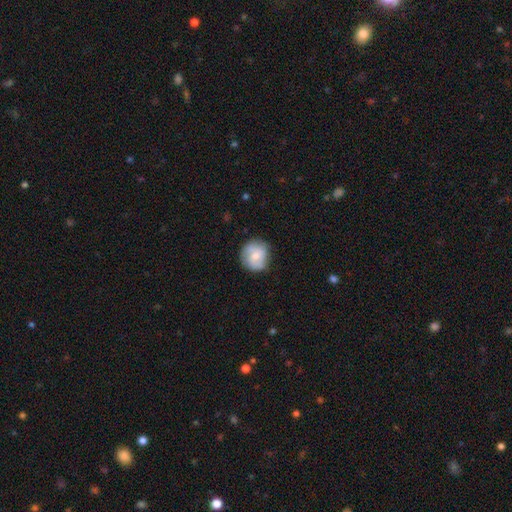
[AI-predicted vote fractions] This appears to be a smooth galaxy with no disk features (65%) that is round (88%). Merging: none (77%).